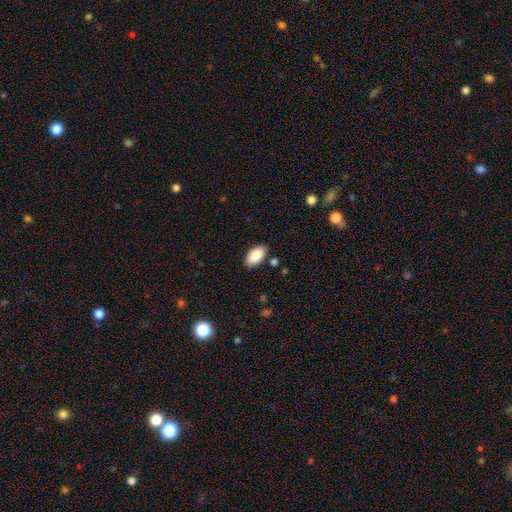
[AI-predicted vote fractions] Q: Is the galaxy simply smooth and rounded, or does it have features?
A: smooth — 89%.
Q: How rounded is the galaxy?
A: in between — 95%.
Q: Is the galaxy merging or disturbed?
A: none — 85%.